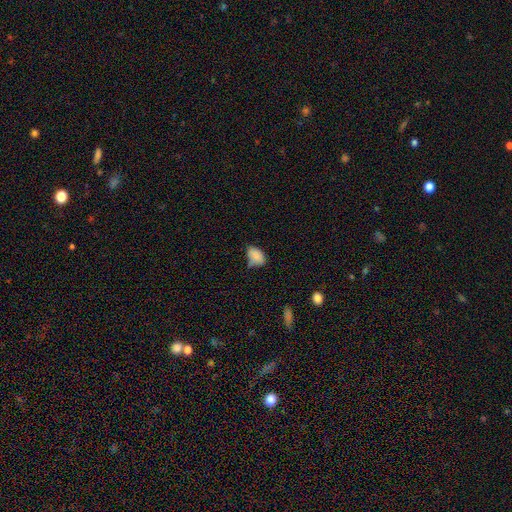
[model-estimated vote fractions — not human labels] smooth-or-featured: smooth: 84% | star or artifact: 9% | featured or disk: 8%
  how-rounded: in between: 86% | round: 13% | cigar-shaped: 2%
  merging: none: 49% | minor disturbance: 37% | major disturbance: 8% | merger: 5%